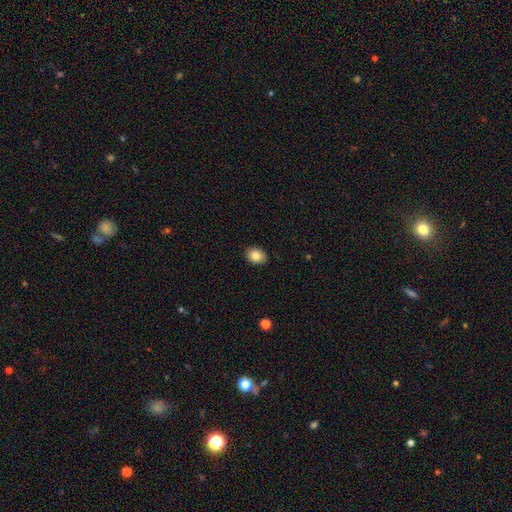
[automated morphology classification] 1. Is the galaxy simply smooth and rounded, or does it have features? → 84% smooth, 8% star or artifact, 7% featured or disk.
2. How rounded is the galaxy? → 67% in between, 32% round, 1% cigar-shaped.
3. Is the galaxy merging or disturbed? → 87% none, 10% minor disturbance, 2% major disturbance, 1% merger.